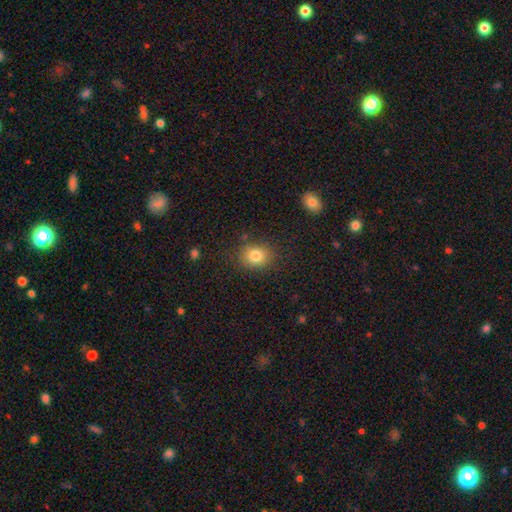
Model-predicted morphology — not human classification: A smooth galaxy with no disk features (81%) that is round (64%). Merging: none (82%).